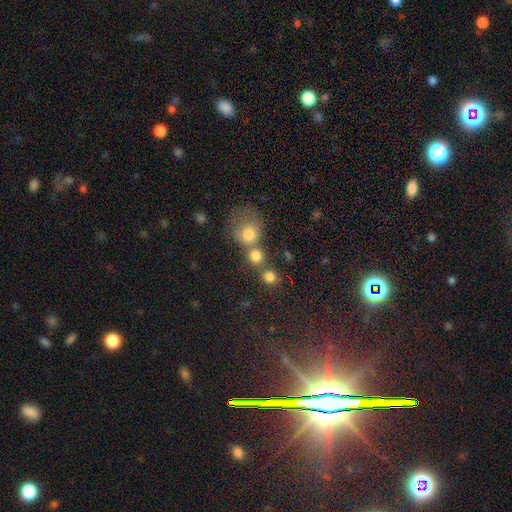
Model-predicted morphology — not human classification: type=smooth (77%); roundness=round (85%); merging=none (49%).